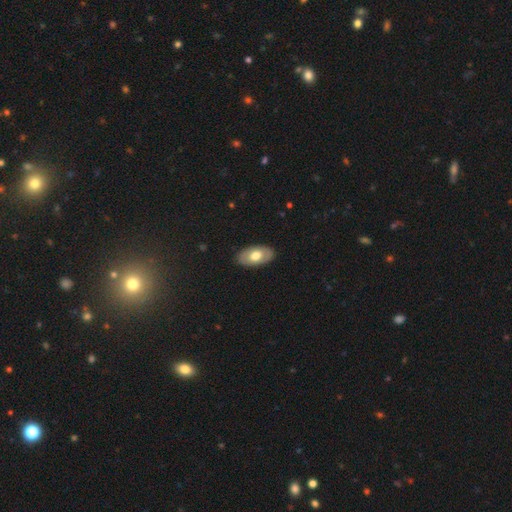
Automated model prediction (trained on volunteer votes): Smooth or featured? Predicted: smooth (p=0.64). How rounded? Predicted: in between (p=0.94). Merging? Predicted: none (p=0.88).